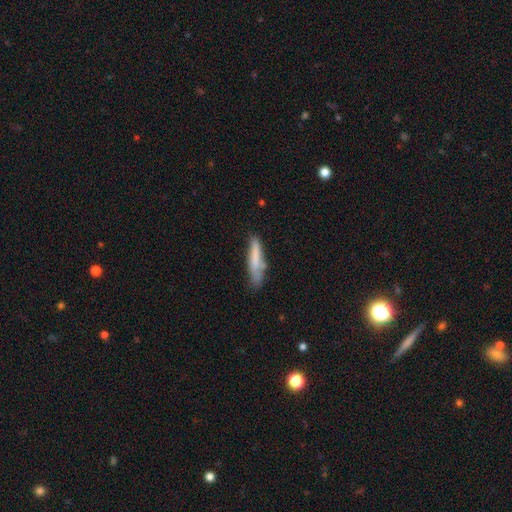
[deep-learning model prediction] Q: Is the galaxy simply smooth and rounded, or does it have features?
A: smooth — 66%.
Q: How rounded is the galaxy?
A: cigar-shaped — 88%.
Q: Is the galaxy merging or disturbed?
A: none — 66%.